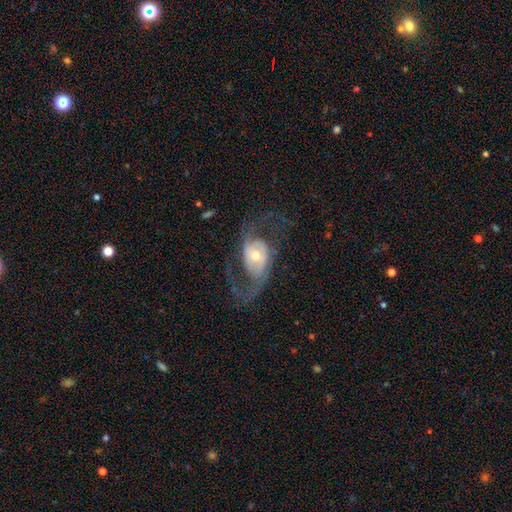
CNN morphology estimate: This appears to be a featured or disk galaxy (82%) with no bar (59%), 2 (86%) loose (48%) spiral arms (88%) and a moderate central bulge (62%). Merging: none (57%).